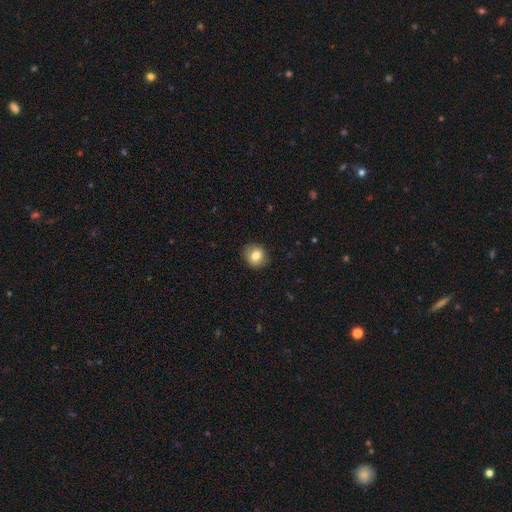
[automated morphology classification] smooth_or_featured: smooth (p=0.81) [alt: featured or disk p=0.10]
how_rounded: round (p=0.77) [alt: in between p=0.22]
merging: none (p=0.88) [alt: minor disturbance p=0.08]